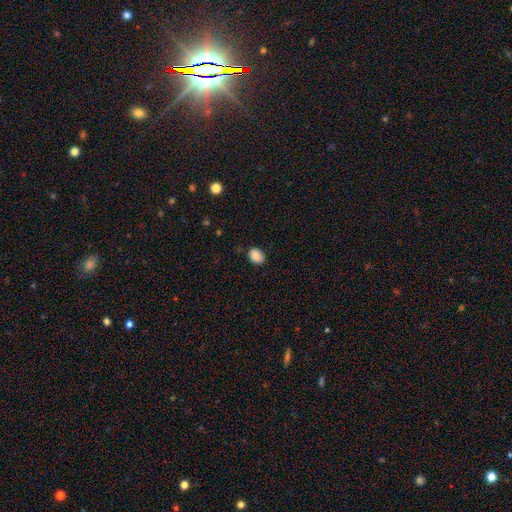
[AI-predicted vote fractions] This is clearly a smooth galaxy (88%). How rounded: likely in between (65%). Merging: clearly none (82%).